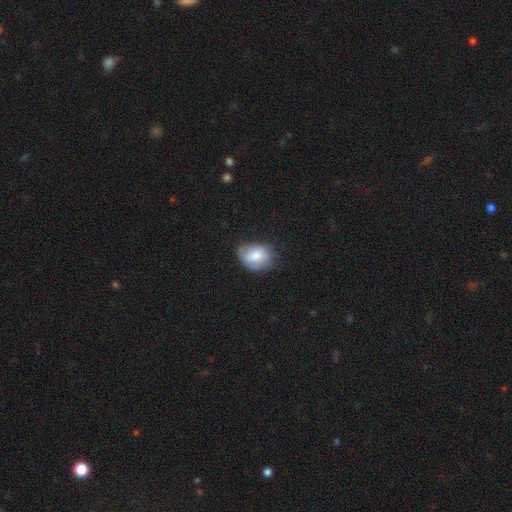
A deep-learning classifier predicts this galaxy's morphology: Smooth or featured: smooth — 69% (featured or disk — 24%)
How rounded: in between — 70% (round — 29%)
Merging: none — 60% (minor disturbance — 30%)